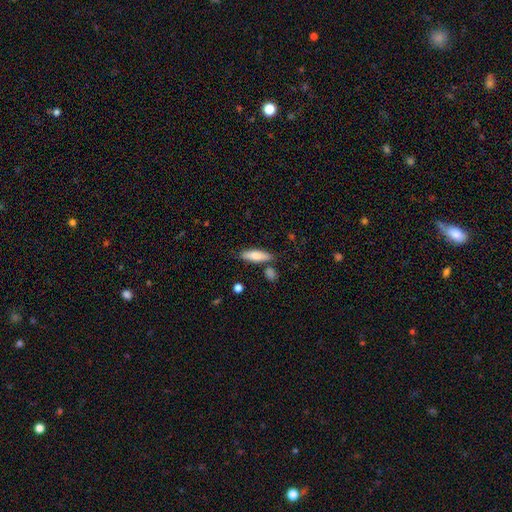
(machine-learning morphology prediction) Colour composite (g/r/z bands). It shows a smooth galaxy with no disk features (78%) that is cigar-shaped (54%). Merging: none (77%).